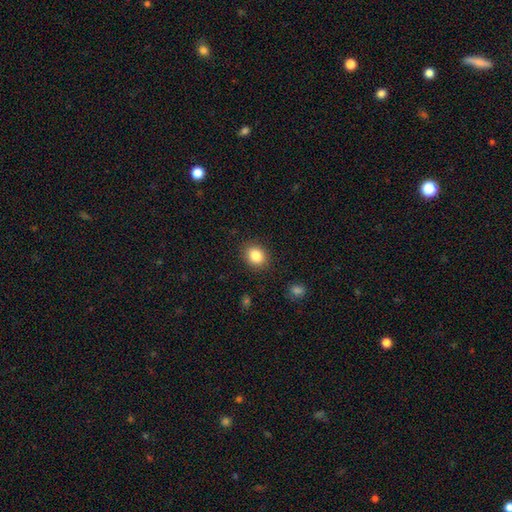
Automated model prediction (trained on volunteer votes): smooth_or_featured: smooth (p=0.85) [alt: star or artifact p=0.09]
how_rounded: round (p=0.58) [alt: in between p=0.41]
merging: none (p=0.87) [alt: minor disturbance p=0.09]